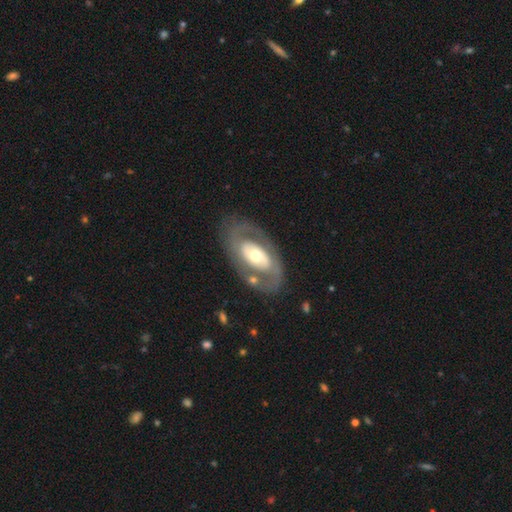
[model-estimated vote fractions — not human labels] Smooth or featured? featured or disk (69%)
Edge-on disk? no (92%)
Bar? no (71%)
Spiral arms? no (55%)
Bulge size? moderate (64%)
Merging? none (73%)